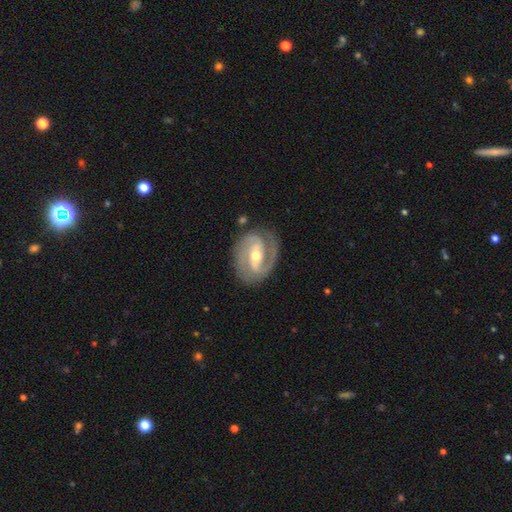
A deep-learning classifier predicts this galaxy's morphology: Smooth or featured: featured or disk — 89% (smooth — 7%)
Edge-on disk: no — 97% (yes — 3%)
Bar: strong — 42% (weak — 37%)
Spiral arms: yes — 96% (no — 4%)
Spiral winding: medium — 45% (tied with tight — 45%)
Spiral arm count: 2 — 87% (3 — 4%)
Bulge size: moderate — 64% (small — 31%)
Merging: none — 80% (minor disturbance — 13%)